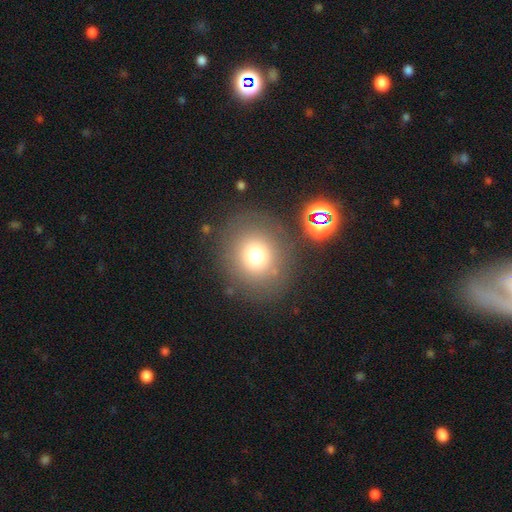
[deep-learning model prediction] A smooth galaxy with no disk features (73%) that is round (86%). Merging: none (80%).